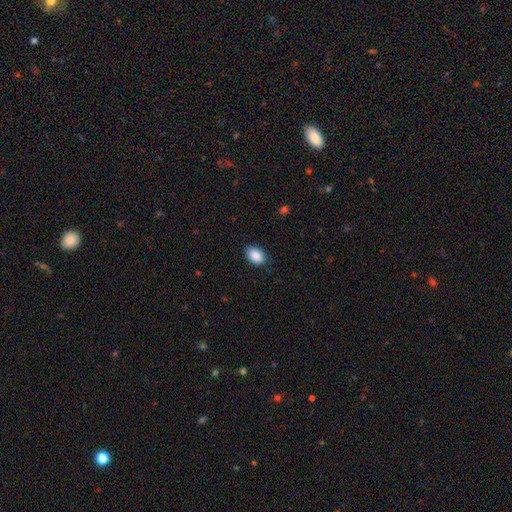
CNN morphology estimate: Smooth or featured?
  - smooth: 88% *
  - star or artifact: 7%
  - featured or disk: 4%
How rounded?
  - in between: 83% *
  - round: 16%
  - cigar-shaped: 1%
Merging?
  - none: 86% *
  - minor disturbance: 11%
  - major disturbance: 2%
  - merger: 1%